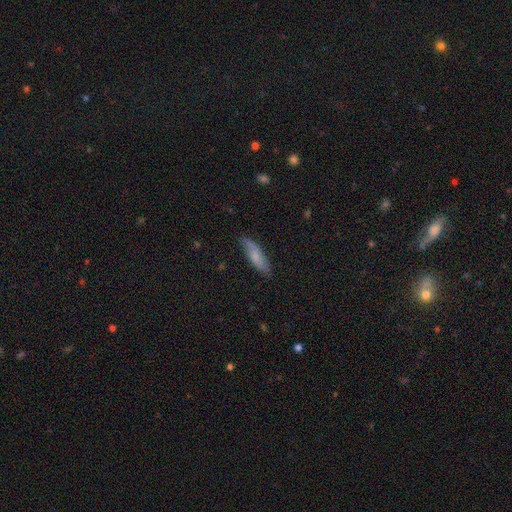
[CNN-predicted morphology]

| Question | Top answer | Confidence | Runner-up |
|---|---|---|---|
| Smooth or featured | smooth | 69% | featured or disk (24%) |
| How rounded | cigar-shaped | 54% | in between (44%) |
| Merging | none | 73% | minor disturbance (21%) |